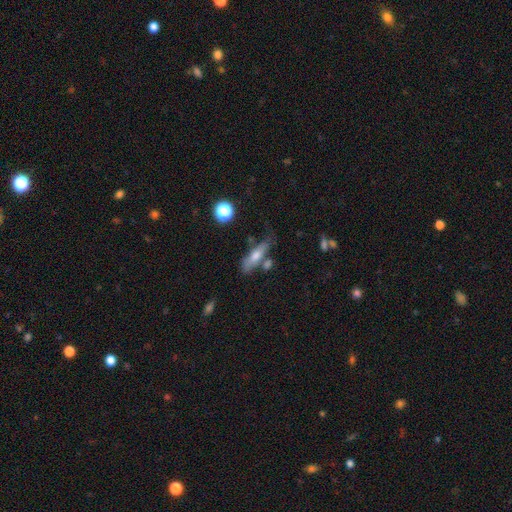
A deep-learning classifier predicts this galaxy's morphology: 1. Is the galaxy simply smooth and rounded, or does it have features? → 57% smooth, 34% featured or disk, 9% star or artifact.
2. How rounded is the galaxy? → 55% cigar-shaped, 42% in between, 4% round.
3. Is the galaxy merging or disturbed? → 53% none, 22% minor disturbance, 16% merger, 9% major disturbance.